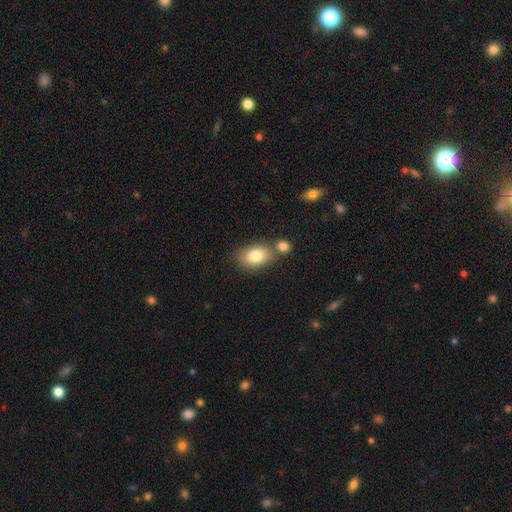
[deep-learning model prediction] The model was most divided on "merging": none: 58%, merger: 25%, minor disturbance: 13%, major disturbance: 4%. More confident: how rounded — in between (83%); smooth or featured — smooth (81%).